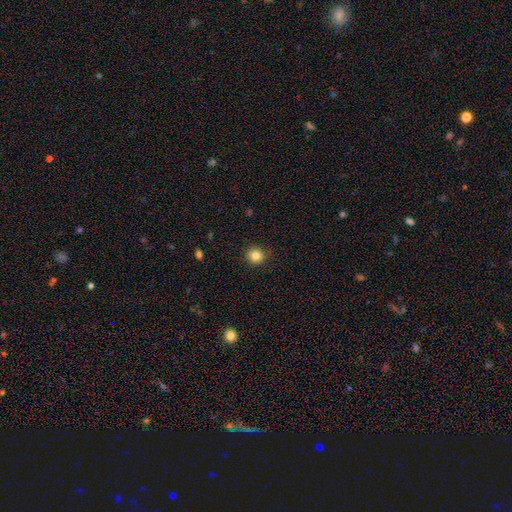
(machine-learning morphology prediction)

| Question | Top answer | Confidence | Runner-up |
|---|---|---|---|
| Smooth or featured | smooth | 83% | star or artifact (11%) |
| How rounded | round | 91% | in between (8%) |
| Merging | none | 91% | minor disturbance (7%) |